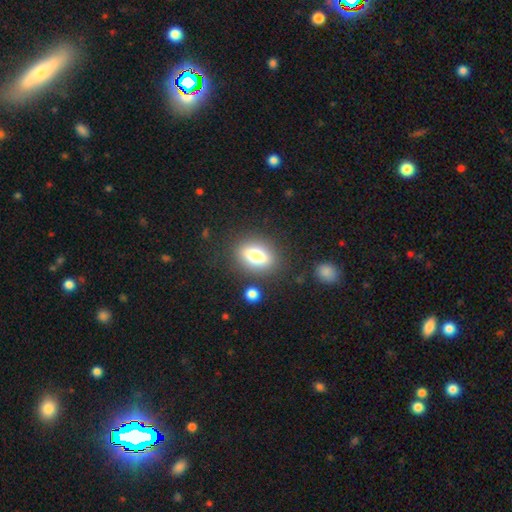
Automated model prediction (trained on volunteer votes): smooth-or-featured: smooth: 75% | featured or disk: 16% | star or artifact: 10%
  how-rounded: in between: 75% | round: 21% | cigar-shaped: 5%
  merging: none: 82% | minor disturbance: 10% | major disturbance: 4% | merger: 4%